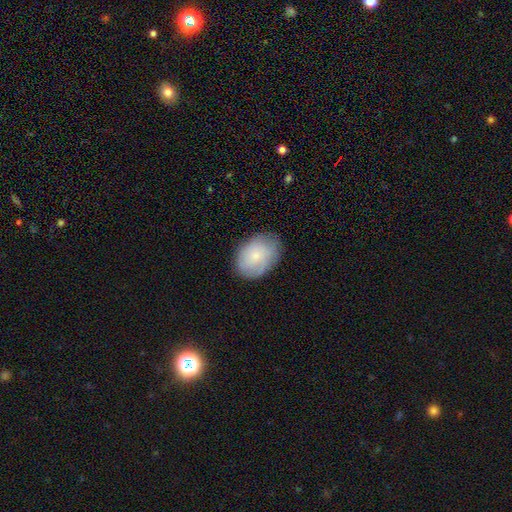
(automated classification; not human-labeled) This is likely a smooth galaxy (75%). How rounded: likely in between (74%). Merging: likely none (76%).